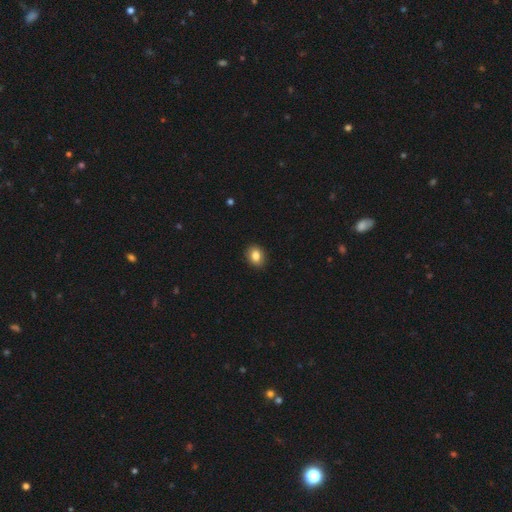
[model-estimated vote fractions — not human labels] Smooth or featured: smooth — 84% (star or artifact — 9%)
How rounded: in between — 60% (round — 39%)
Merging: none — 88% (minor disturbance — 9%)